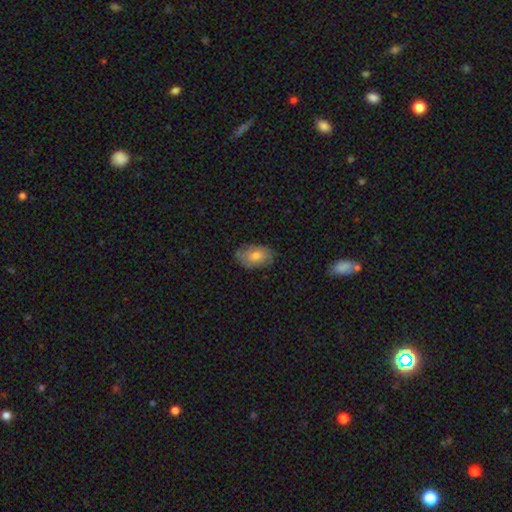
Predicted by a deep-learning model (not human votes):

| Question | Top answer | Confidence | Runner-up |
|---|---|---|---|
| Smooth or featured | smooth | 72% | featured or disk (21%) |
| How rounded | in between | 88% | round (10%) |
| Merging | none | 77% | minor disturbance (18%) |